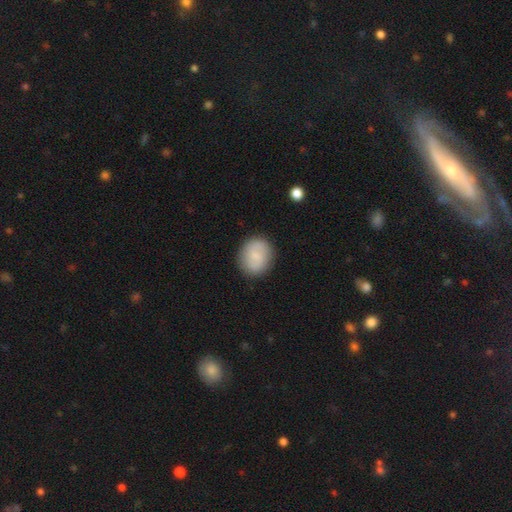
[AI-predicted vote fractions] Morphology: type=smooth (76%); roundness=round (74%); merging=none (87%).